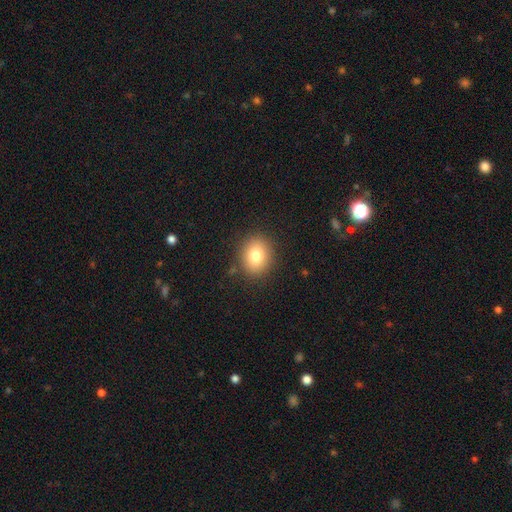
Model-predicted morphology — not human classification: Q: Smooth or featured?
A: smooth (79%); runner-up: star or artifact (11%)
Q: How rounded?
A: round (66%); runner-up: in between (33%)
Q: Merging?
A: none (88%); runner-up: minor disturbance (8%)